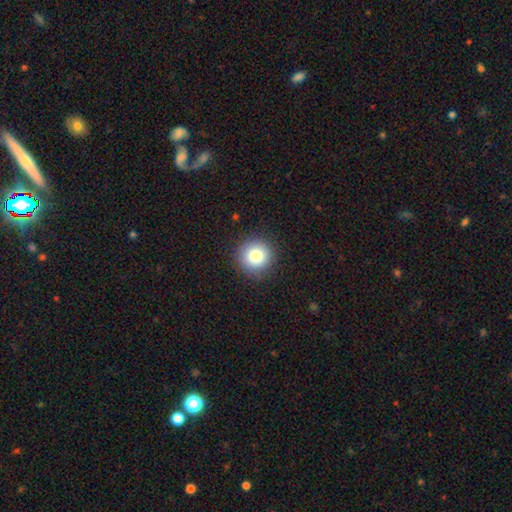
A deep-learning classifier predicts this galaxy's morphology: Overall: smooth (81%). How rounded: round (94%). Merging: none (90%).